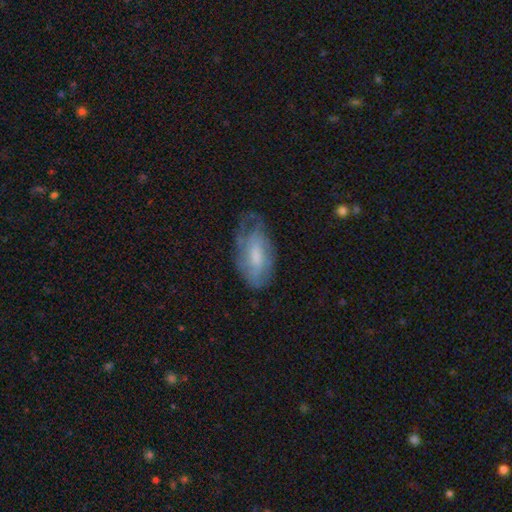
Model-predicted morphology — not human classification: Q: Smooth or featured?
A: featured or disk (51%); runner-up: smooth (41%)
Q: Edge-on disk?
A: no (90%); runner-up: yes (10%)
Q: Merging?
A: none (51%); runner-up: minor disturbance (30%)